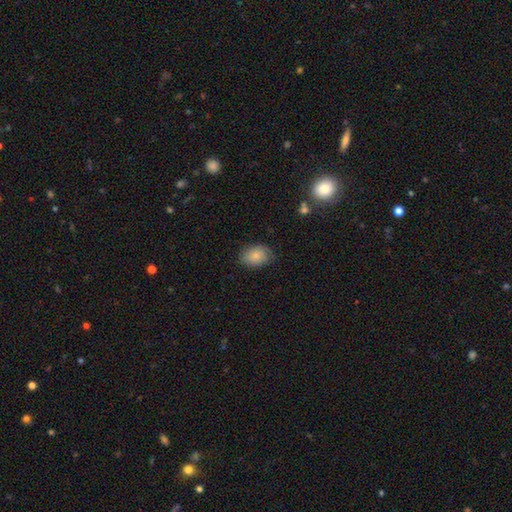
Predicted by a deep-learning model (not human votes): Overall: smooth (81%). How rounded: in between (74%). Merging: none (75%).